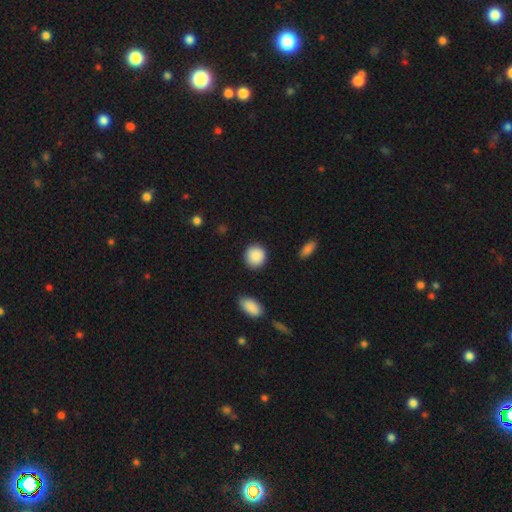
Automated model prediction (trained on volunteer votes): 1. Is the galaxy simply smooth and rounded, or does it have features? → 90% smooth, 7% star or artifact, 3% featured or disk.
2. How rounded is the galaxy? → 88% round, 11% in between, 1% cigar-shaped.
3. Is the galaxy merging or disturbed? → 88% none, 8% minor disturbance, 2% major disturbance, 2% merger.